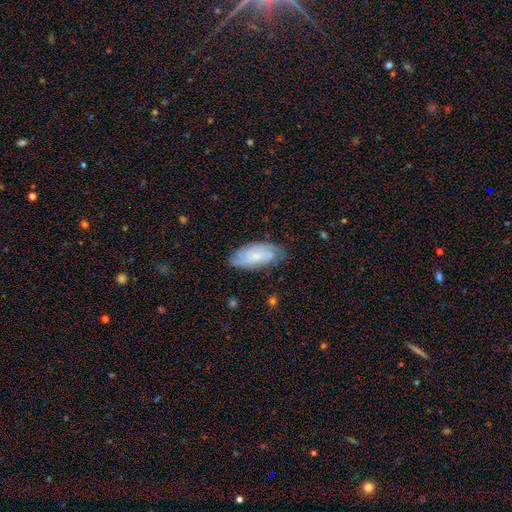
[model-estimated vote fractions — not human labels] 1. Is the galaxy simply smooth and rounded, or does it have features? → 52% smooth, 41% featured or disk, 7% star or artifact.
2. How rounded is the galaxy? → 87% in between, 10% cigar-shaped, 2% round.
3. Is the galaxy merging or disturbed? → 73% none, 21% minor disturbance, 4% major disturbance, 1% merger.